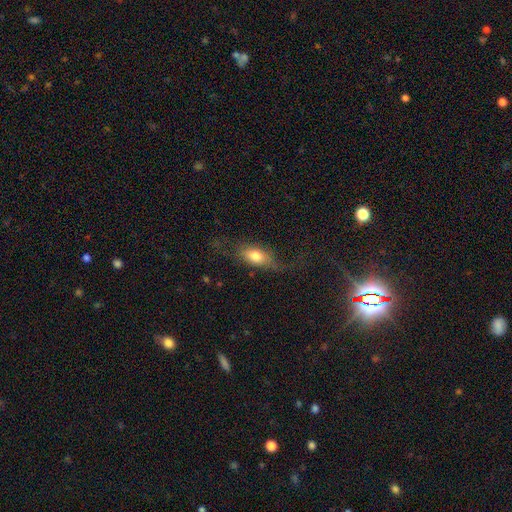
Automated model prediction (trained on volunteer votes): Smooth or featured?
  - smooth: 70% *
  - featured or disk: 22%
  - star or artifact: 8%
How rounded?
  - in between: 82% *
  - cigar-shaped: 11%
  - round: 7%
Merging?
  - none: 48% *
  - major disturbance: 26%
  - minor disturbance: 24%
  - merger: 2%